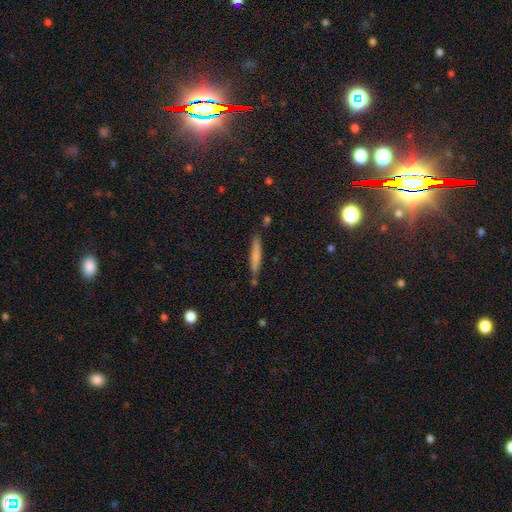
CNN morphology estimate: Smooth or featured? Predicted: smooth (p=0.68). How rounded? Predicted: cigar-shaped (p=0.93). Merging? Predicted: none (p=0.78).